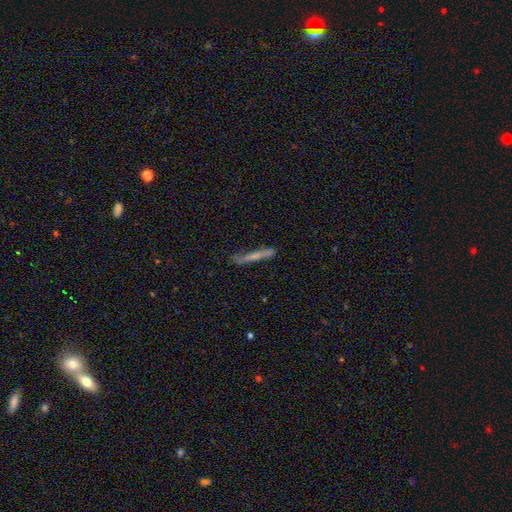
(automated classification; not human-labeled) Q: Smooth or featured?
A: smooth (54%); runner-up: featured or disk (38%)
Q: How rounded?
A: cigar-shaped (94%); runner-up: in between (4%)
Q: Merging?
A: none (66%); runner-up: minor disturbance (22%)